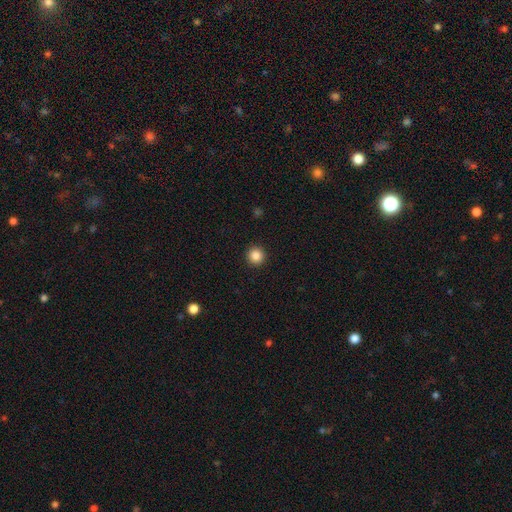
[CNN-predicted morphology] This is clearly a smooth galaxy (85%). How rounded: clearly round (96%). Merging: clearly none (93%).